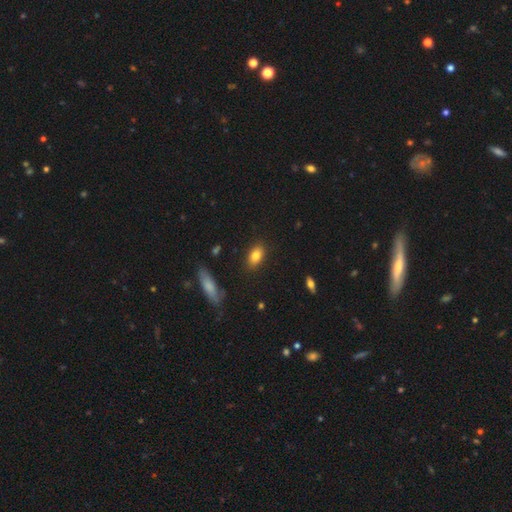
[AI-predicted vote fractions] smooth-or-featured: smooth: 82% | featured or disk: 9% | star or artifact: 8%
  how-rounded: in between: 87% | round: 9% | cigar-shaped: 5%
  merging: none: 86% | minor disturbance: 10% | major disturbance: 2% | merger: 2%